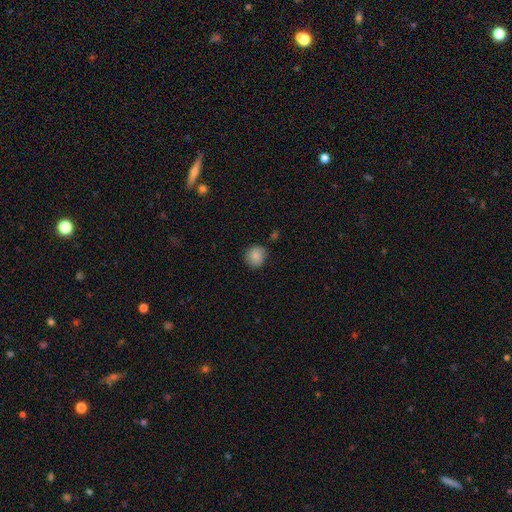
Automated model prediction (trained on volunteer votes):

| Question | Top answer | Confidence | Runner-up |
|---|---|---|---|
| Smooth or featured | smooth | 86% | star or artifact (9%) |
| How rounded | round | 84% | in between (15%) |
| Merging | none | 77% | minor disturbance (17%) |